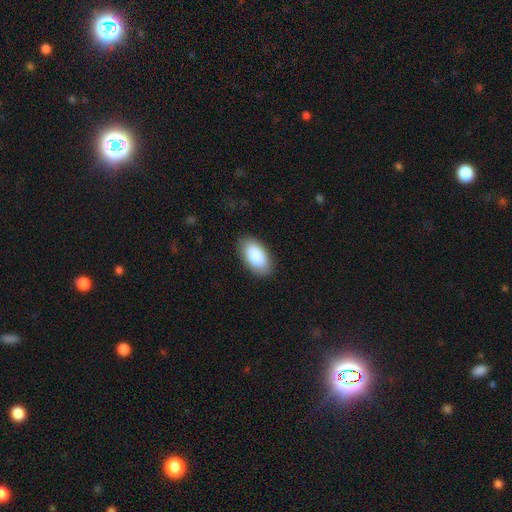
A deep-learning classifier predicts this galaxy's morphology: This appears to be a smooth galaxy with no disk features (89%) that is in between round and cigar-shaped (95%). Merging: none (86%).